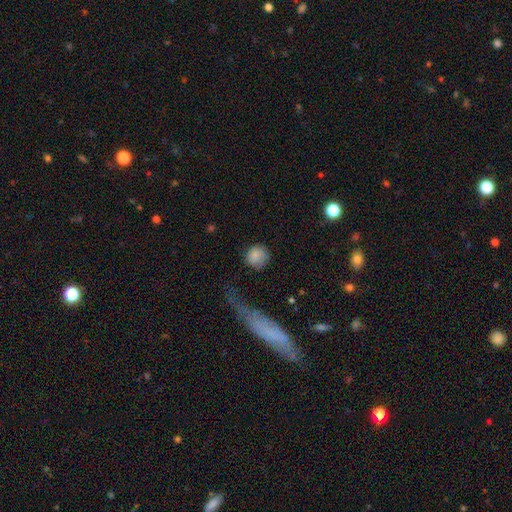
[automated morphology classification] Smooth or featured: smooth — 81% (featured or disk — 11%)
How rounded: round — 88% (in between — 11%)
Merging: none — 66% (minor disturbance — 22%)